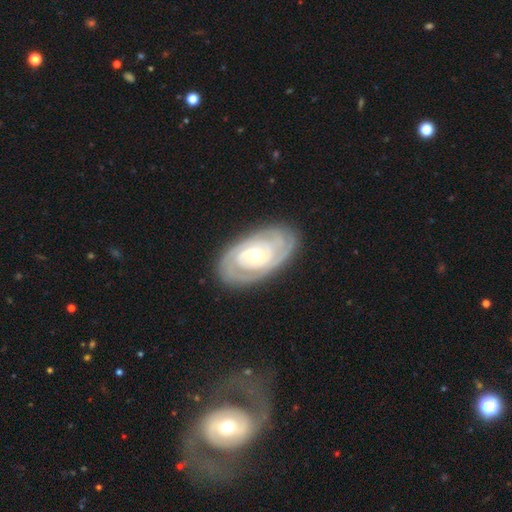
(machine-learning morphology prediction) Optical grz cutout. It shows a featured or disk galaxy (85%) with no bar (65%), tight (81%) spiral arms (93%) and a moderate central bulge (63%). Merging: none (82%).